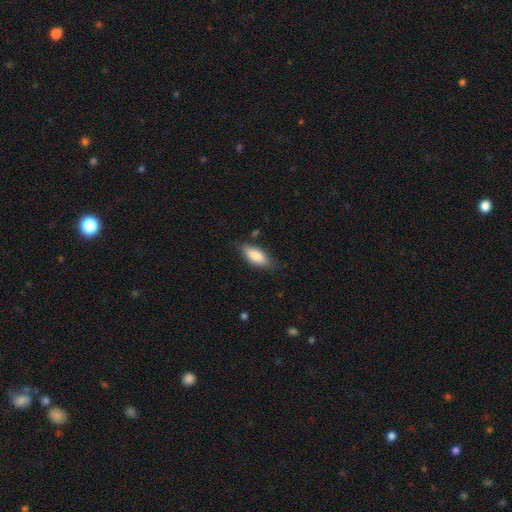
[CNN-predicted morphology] Smooth or featured? Predicted: smooth (p=0.81). How rounded? Predicted: in between (p=0.79). Merging? Predicted: none (p=0.76).